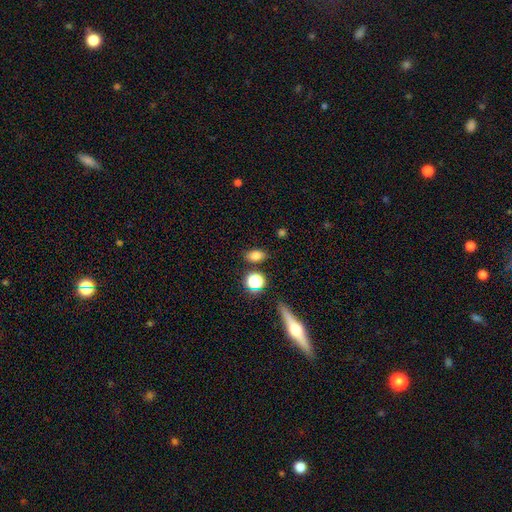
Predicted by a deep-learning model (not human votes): Q: Smooth or featured?
A: smooth (79%); runner-up: star or artifact (13%)
Q: How rounded?
A: in between (77%); runner-up: round (19%)
Q: Merging?
A: none (81%); runner-up: minor disturbance (10%)